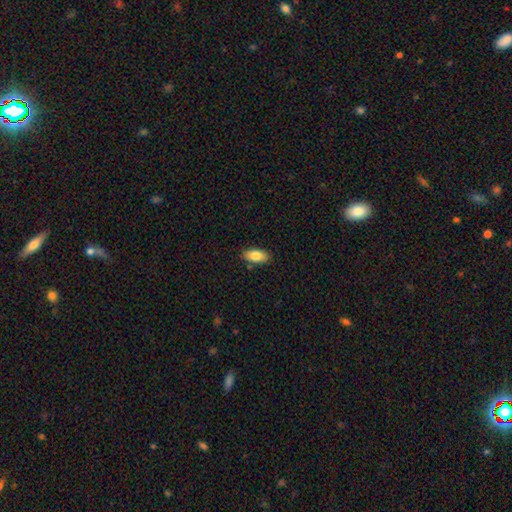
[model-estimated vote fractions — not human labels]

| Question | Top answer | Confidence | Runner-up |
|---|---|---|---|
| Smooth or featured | smooth | 82% | featured or disk (11%) |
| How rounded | in between | 90% | cigar-shaped (7%) |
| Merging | none | 86% | minor disturbance (10%) |